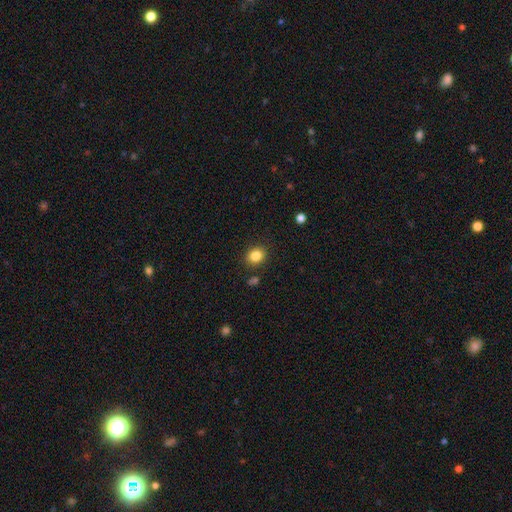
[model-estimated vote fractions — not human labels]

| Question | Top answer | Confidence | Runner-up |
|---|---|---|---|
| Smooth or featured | smooth | 85% | star or artifact (10%) |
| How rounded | round | 57% | in between (42%) |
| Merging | none | 85% | minor disturbance (9%) |